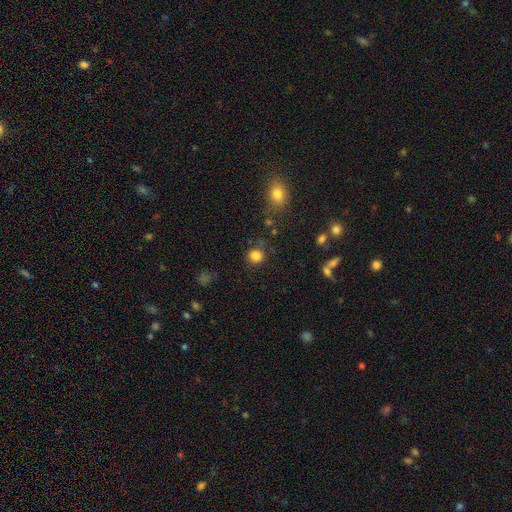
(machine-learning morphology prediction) Smooth or featured? smooth (83%)
How rounded? round (88%)
Merging? none (82%)